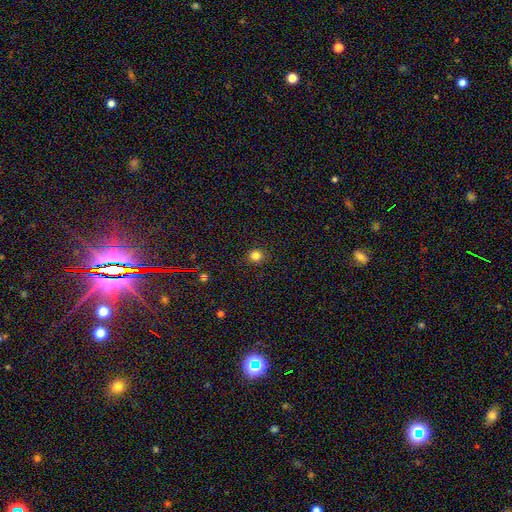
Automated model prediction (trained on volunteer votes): smooth 82%, star or artifact 14%, featured or disk 4%. Down the decision tree: how rounded — round (88%); merging — none (91%).